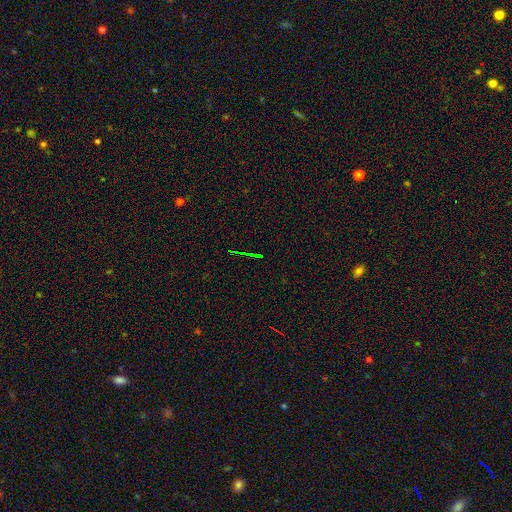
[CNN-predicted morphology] The model was most divided on "smooth or featured": star or artifact: 75%, featured or disk: 13%, smooth: 12%.